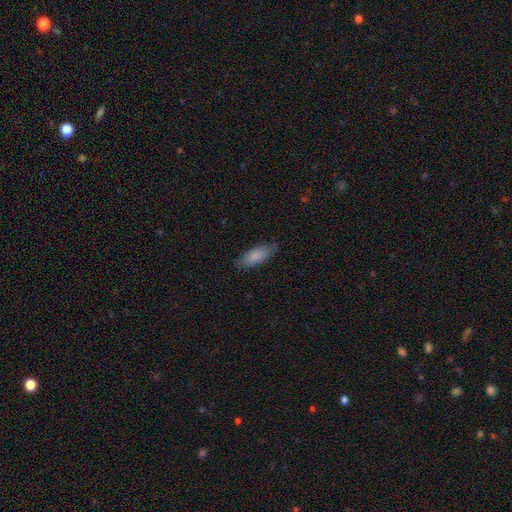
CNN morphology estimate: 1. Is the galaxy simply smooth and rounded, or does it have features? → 83% smooth, 11% featured or disk, 6% star or artifact.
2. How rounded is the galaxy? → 72% in between, 27% cigar-shaped, 2% round.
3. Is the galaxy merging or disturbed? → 76% none, 19% minor disturbance, 4% major disturbance, 1% merger.